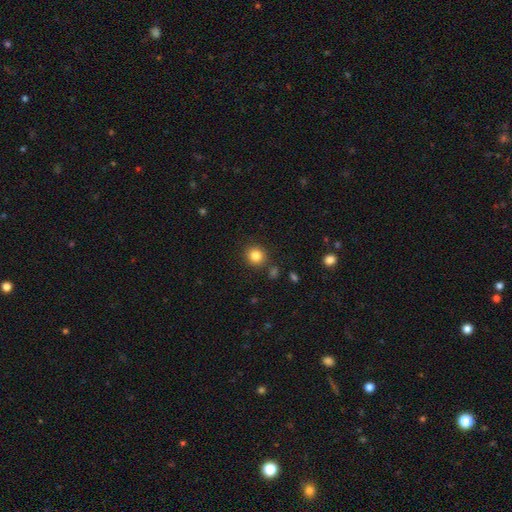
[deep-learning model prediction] Smooth or featured: smooth — 84% (star or artifact — 11%)
How rounded: round — 88% (in between — 11%)
Merging: none — 86% (minor disturbance — 8%)